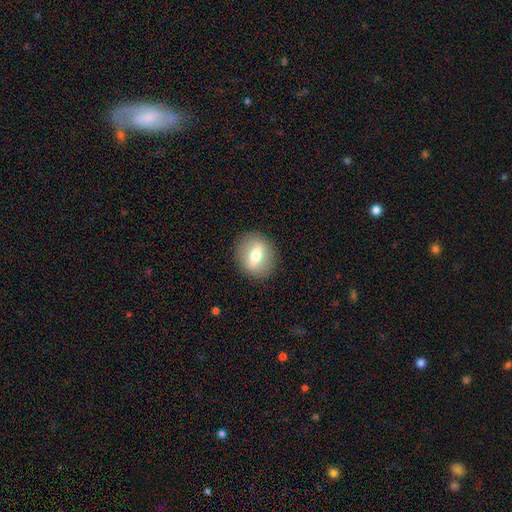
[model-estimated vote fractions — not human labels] The model was most divided on "smooth or featured": smooth: 49%, featured or disk: 42%, star or artifact: 8%. More confident: merging — none (88%).